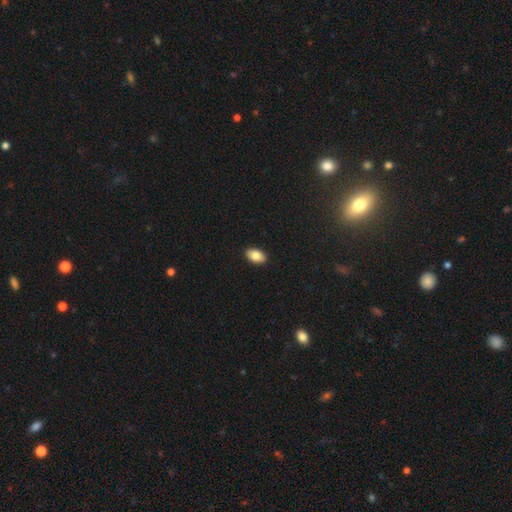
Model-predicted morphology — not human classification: Q: Smooth or featured?
A: smooth (84%); runner-up: featured or disk (8%)
Q: How rounded?
A: in between (92%); runner-up: round (7%)
Q: Merging?
A: none (91%); runner-up: minor disturbance (6%)